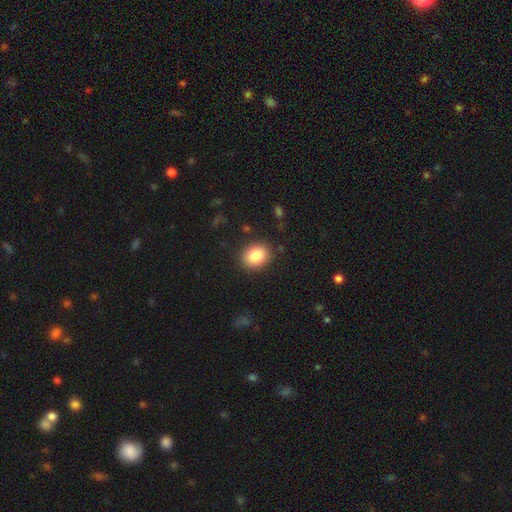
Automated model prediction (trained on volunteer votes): Smooth or featured? smooth (84%)
How rounded? round (55%)
Merging? none (88%)